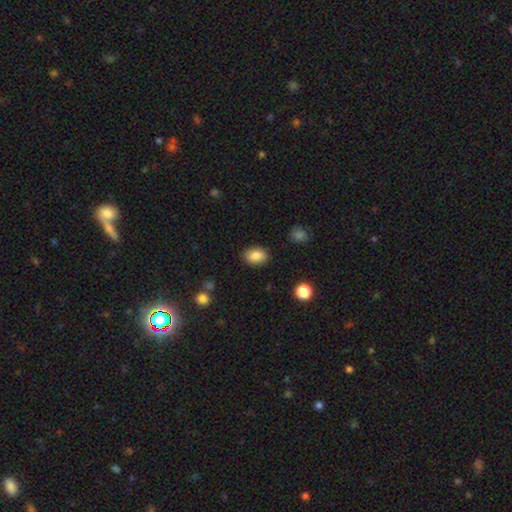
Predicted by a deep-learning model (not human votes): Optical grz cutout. It shows a smooth galaxy with no disk features (85%) that is in between round and cigar-shaped (83%). Merging: none (86%).